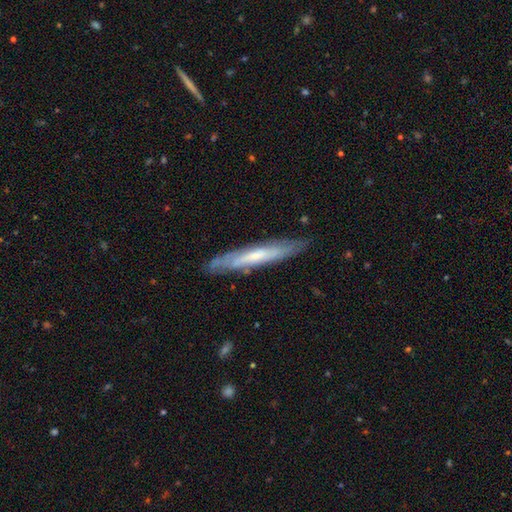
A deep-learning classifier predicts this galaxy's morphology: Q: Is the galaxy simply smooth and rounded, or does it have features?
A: featured or disk — 58%.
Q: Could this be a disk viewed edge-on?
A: yes — 72%.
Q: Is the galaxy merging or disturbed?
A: none — 81%.